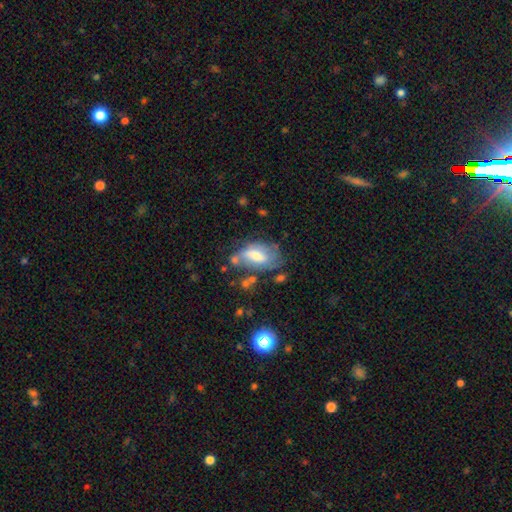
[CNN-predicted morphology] Smooth or featured? smooth (52%)
How rounded? in between (89%)
Merging? none (45%)